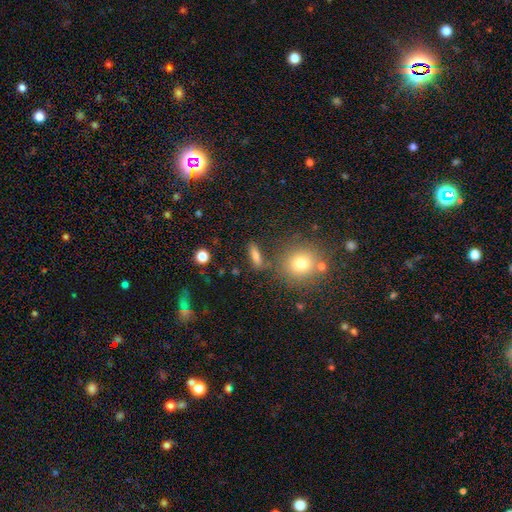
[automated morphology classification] type=smooth (72%); roundness=in between (44%, tied with cigar-shaped); merging=none (75%).